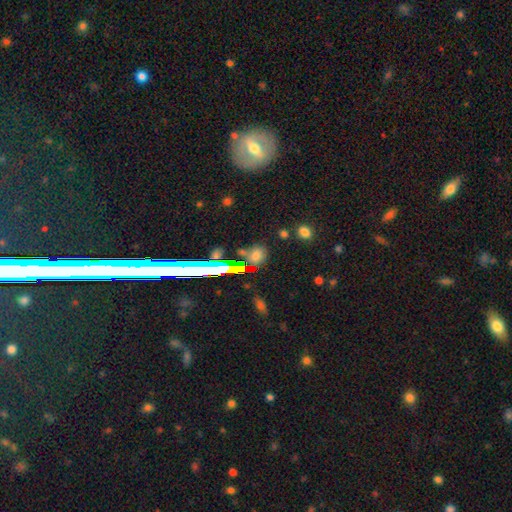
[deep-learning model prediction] This appears to be a smooth galaxy with no disk features (59%) that is round (58%). Merging: none (73%).